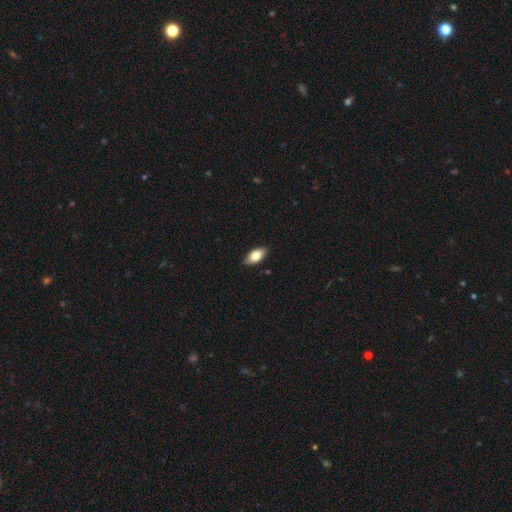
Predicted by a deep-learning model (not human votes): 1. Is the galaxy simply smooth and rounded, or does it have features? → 78% smooth, 16% featured or disk, 6% star or artifact.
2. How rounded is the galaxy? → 89% in between, 7% cigar-shaped, 3% round.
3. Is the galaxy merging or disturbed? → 87% none, 10% minor disturbance, 2% major disturbance, 1% merger.